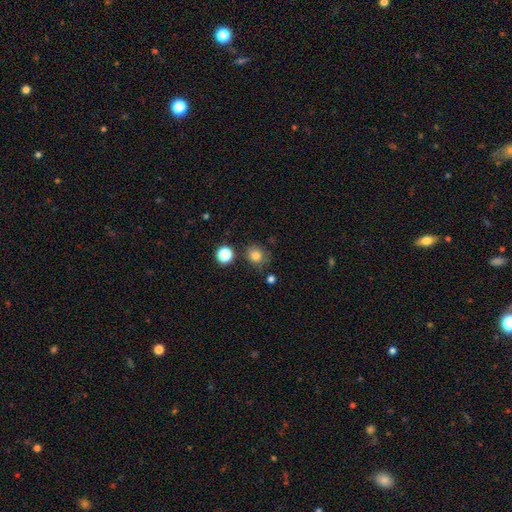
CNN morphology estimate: Smooth or featured?
  - smooth: 81% *
  - star or artifact: 13%
  - featured or disk: 6%
How rounded?
  - round: 81% *
  - in between: 18%
  - cigar-shaped: 1%
Merging?
  - none: 75% *
  - minor disturbance: 15%
  - merger: 6%
  - major disturbance: 5%